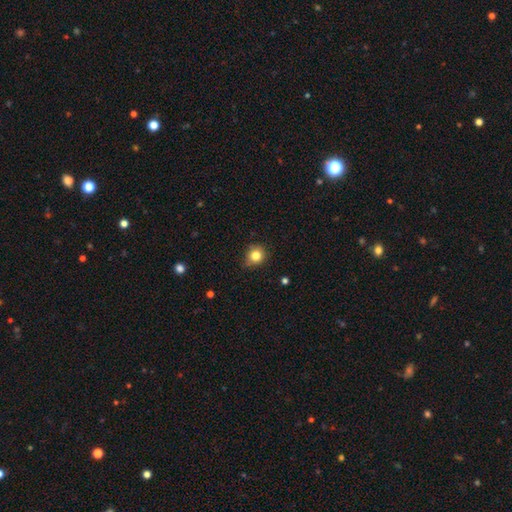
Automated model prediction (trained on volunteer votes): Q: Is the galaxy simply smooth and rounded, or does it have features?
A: smooth — 82%.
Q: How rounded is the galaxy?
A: round — 88%.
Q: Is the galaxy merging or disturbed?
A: none — 79%.